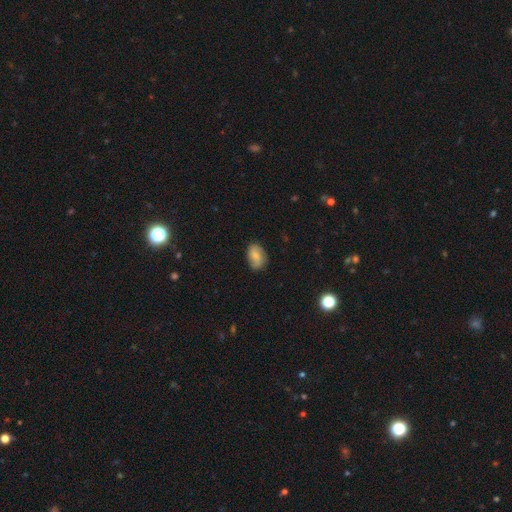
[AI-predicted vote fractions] Smooth or featured?
  - smooth: 62% *
  - featured or disk: 29%
  - star or artifact: 9%
How rounded?
  - in between: 81% *
  - round: 18%
  - cigar-shaped: 2%
Merging?
  - none: 74% *
  - minor disturbance: 20%
  - major disturbance: 5%
  - merger: 1%